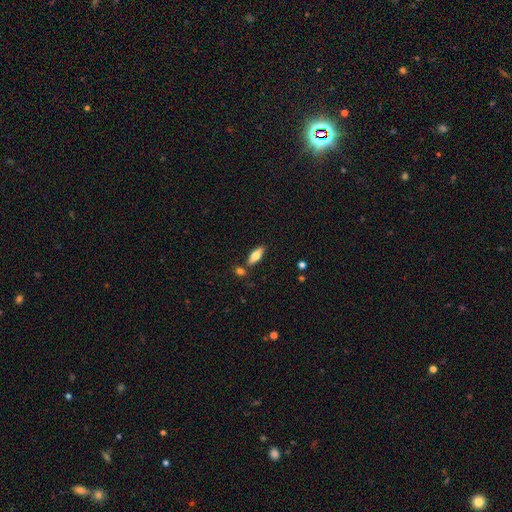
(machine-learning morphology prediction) Smooth or featured? smooth (64%)
How rounded? in between (67%)
Merging? none (78%)